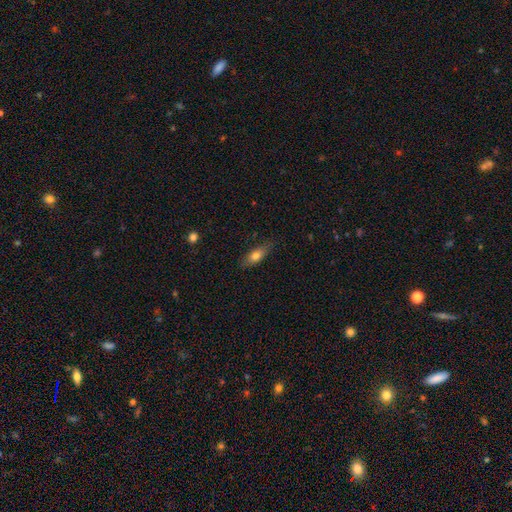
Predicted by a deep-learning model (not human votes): Morphology: type=smooth (72%); roundness=in between (63%); merging=none (79%).